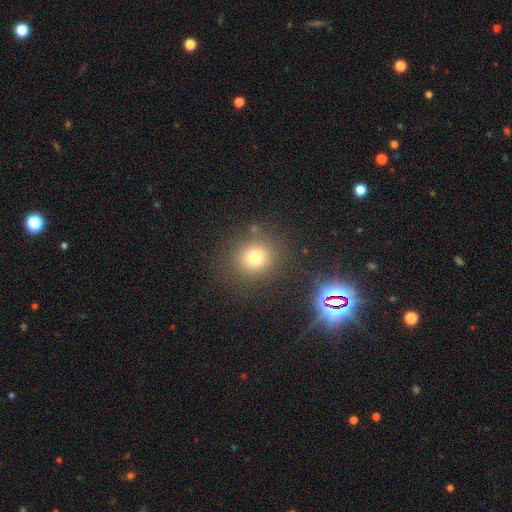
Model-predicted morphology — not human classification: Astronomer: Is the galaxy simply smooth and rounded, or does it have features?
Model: smooth — 73%.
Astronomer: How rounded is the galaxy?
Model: round — 88%.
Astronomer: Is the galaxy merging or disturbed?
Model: none — 84%.